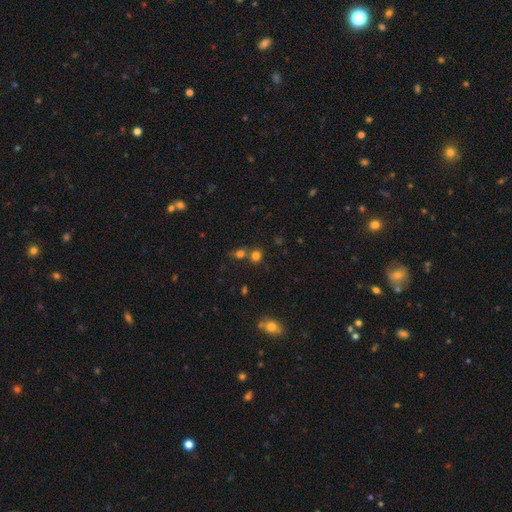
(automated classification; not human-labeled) smooth_or_featured: smooth (p=0.74) [alt: star or artifact p=0.18]
how_rounded: round (p=0.77) [alt: in between p=0.22]
merging: none (p=0.57) [alt: merger p=0.31]